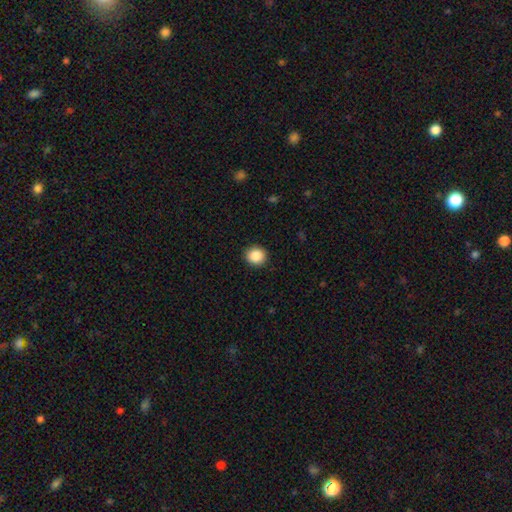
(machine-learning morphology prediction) smooth_or_featured: smooth (p=0.88) [alt: star or artifact p=0.09]
how_rounded: round (p=0.85) [alt: in between p=0.14]
merging: none (p=0.91) [alt: minor disturbance p=0.06]